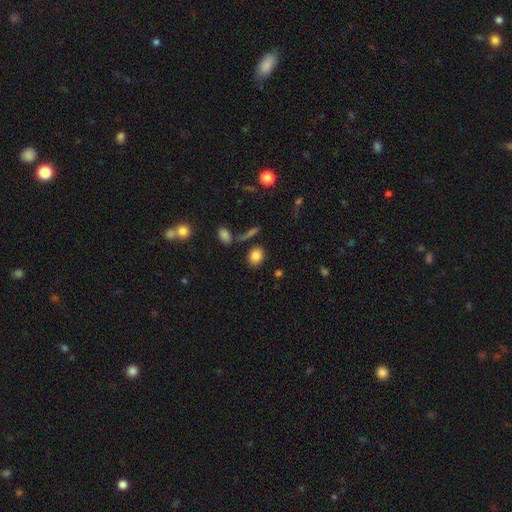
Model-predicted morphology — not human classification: Smooth or featured?
  - smooth: 83% *
  - star or artifact: 10%
  - featured or disk: 7%
How rounded?
  - round: 55% *
  - in between: 43%
  - cigar-shaped: 2%
Merging?
  - none: 79% *
  - minor disturbance: 10%
  - merger: 7%
  - major disturbance: 4%